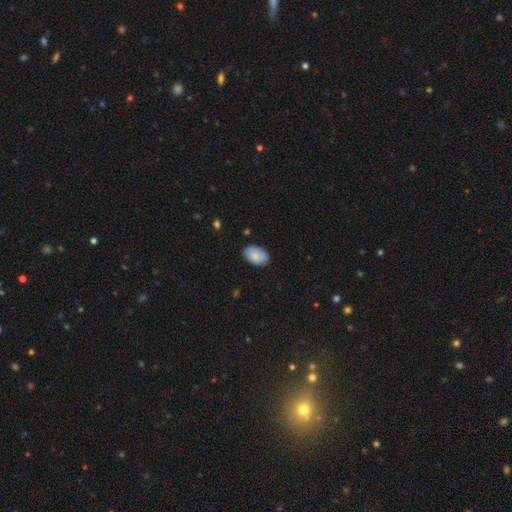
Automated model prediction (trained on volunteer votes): Q: Smooth or featured?
A: smooth (81%); runner-up: featured or disk (13%)
Q: How rounded?
A: in between (91%); runner-up: round (8%)
Q: Merging?
A: none (84%); runner-up: minor disturbance (13%)